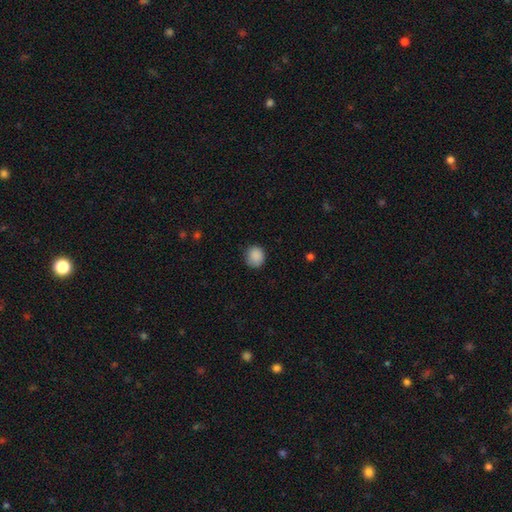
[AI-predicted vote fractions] A smooth galaxy with no disk features (88%) that is round (78%). Merging: none (81%).